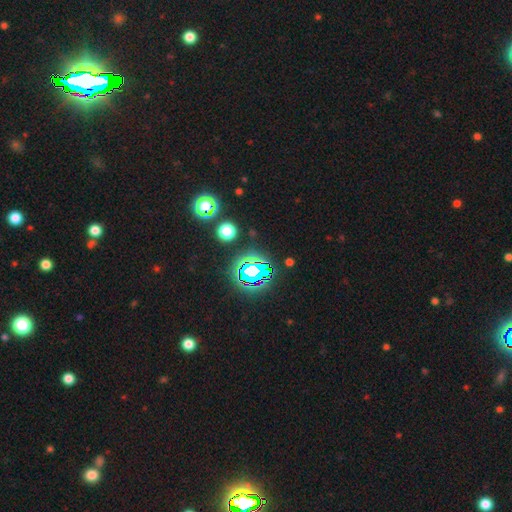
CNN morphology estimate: smooth-or-featured: star or artifact: 83% | smooth: 11% | featured or disk: 6%